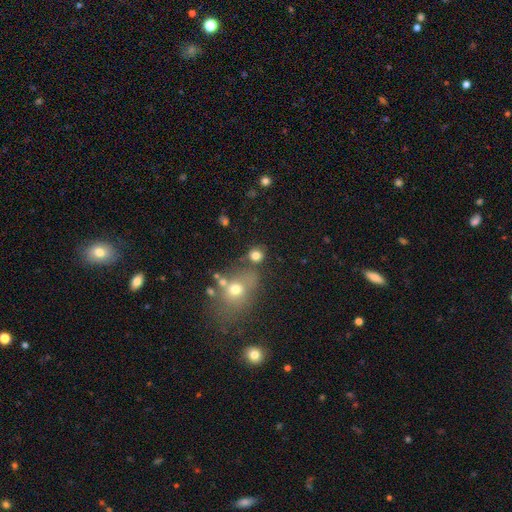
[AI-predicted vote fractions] Overall: smooth (78%). How rounded: round (80%). Merging: none (64%).